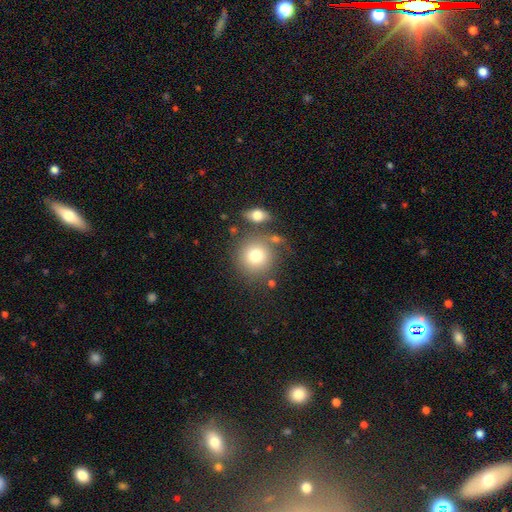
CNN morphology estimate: Smooth or featured: smooth — 77% (featured or disk — 13%)
How rounded: round — 90% (in between — 9%)
Merging: none — 70% (merger — 12%)